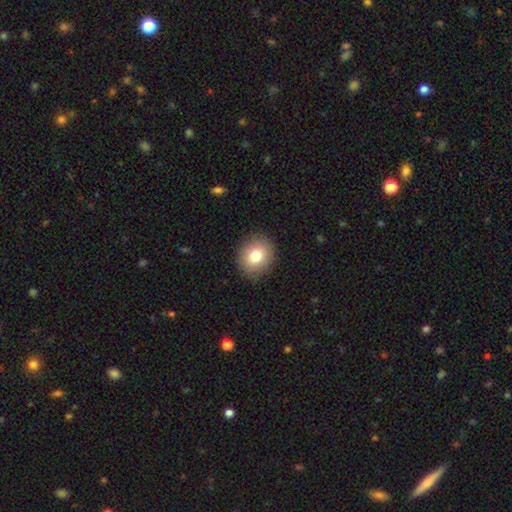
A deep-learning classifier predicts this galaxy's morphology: Smooth or featured: smooth — 80% (featured or disk — 10%)
How rounded: round — 72% (in between — 27%)
Merging: none — 90% (minor disturbance — 7%)